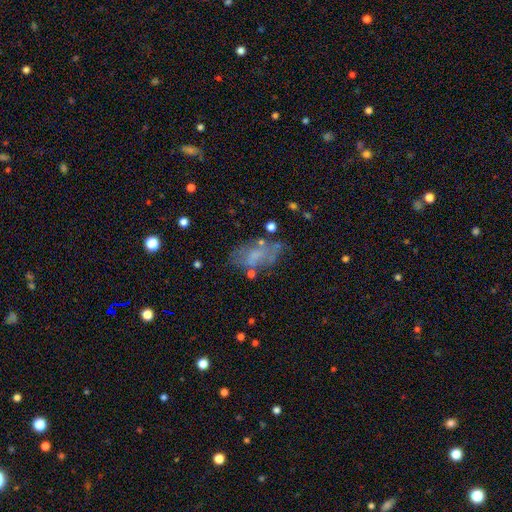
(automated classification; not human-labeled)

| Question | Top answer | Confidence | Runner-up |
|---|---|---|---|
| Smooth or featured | smooth | 45% | featured or disk (43%) |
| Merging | none | 48% | minor disturbance (25%) |